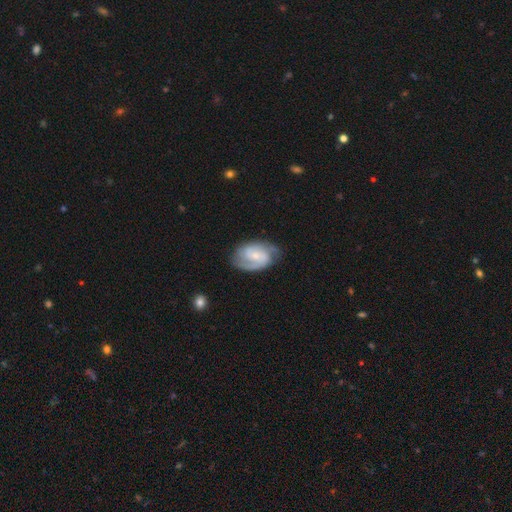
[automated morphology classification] smooth-or-featured: featured or disk: 81% | smooth: 14% | star or artifact: 5%
  disk-edge-on: no: 97% | yes: 3%
    bar: weak: 48% | no: 40% | strong: 12%
    has-spiral-arms: yes: 96% | no: 4%
      spiral-winding: medium: 47% | tight: 40% | loose: 13%
      spiral-arm-count: 2: 81% | can't tell: 8% | 3: 5% | 1: 3% | 4: 1% | more than 4: 1%
    bulge-size: small: 57% | moderate: 33% | none: 7% | large: 3% | dominant: 1%
  merging: none: 74% | minor disturbance: 18% | major disturbance: 6% | merger: 1%